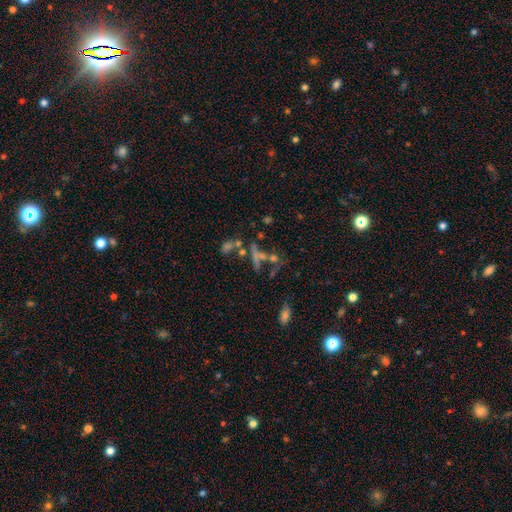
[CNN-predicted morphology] Smooth or featured? Predicted: star or artifact (p=0.42).